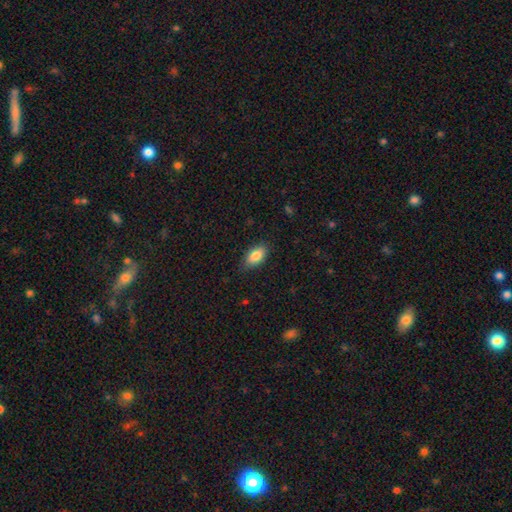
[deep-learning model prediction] Smooth or featured? smooth (84%)
How rounded? in between (91%)
Merging? none (83%)